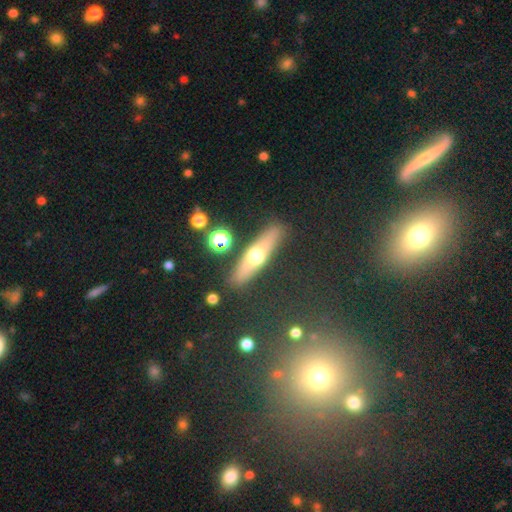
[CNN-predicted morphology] Smooth or featured? Predicted: smooth (p=0.47). Merging? Predicted: none (p=0.86).